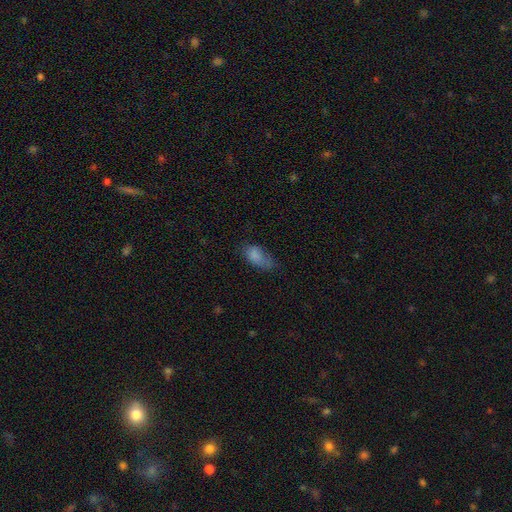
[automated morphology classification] smooth_or_featured: smooth (p=0.79) [alt: featured or disk p=0.11]
how_rounded: in between (p=0.90) [alt: cigar-shaped p=0.05]
merging: none (p=0.40) [alt: minor disturbance p=0.35]